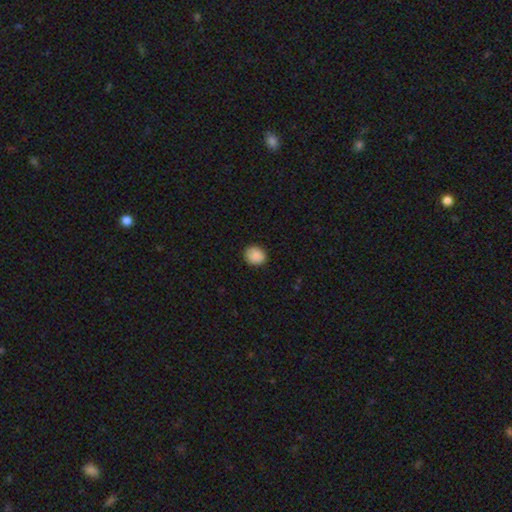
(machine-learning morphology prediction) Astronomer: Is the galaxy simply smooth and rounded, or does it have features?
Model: smooth — 89%.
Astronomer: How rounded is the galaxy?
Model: round — 70%.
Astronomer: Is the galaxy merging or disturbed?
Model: none — 86%.